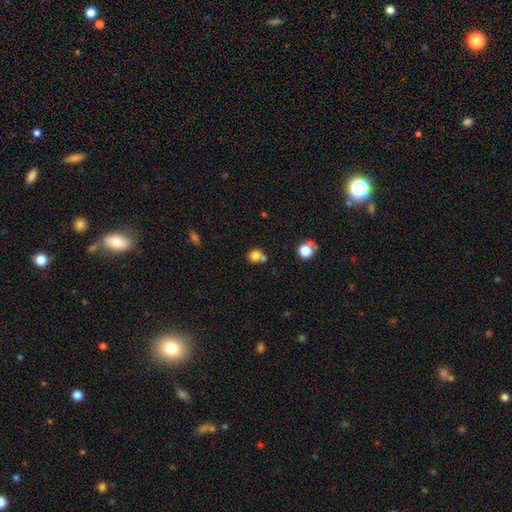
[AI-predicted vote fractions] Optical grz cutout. It shows a smooth galaxy with no disk features (79%) that is round (79%). Merging: none (50%).